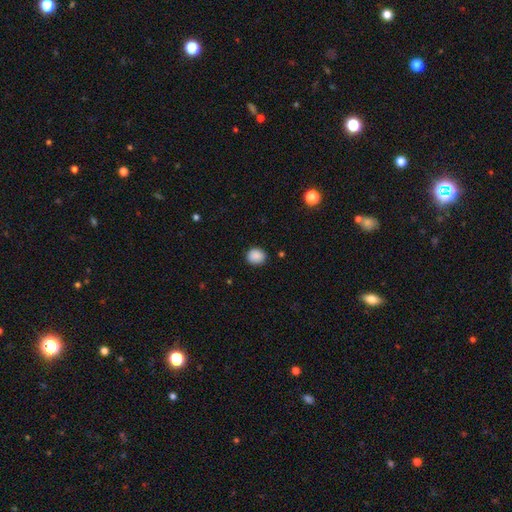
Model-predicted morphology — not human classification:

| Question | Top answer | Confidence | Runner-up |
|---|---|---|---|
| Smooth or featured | smooth | 89% | star or artifact (9%) |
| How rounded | round | 71% | in between (28%) |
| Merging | none | 88% | minor disturbance (9%) |